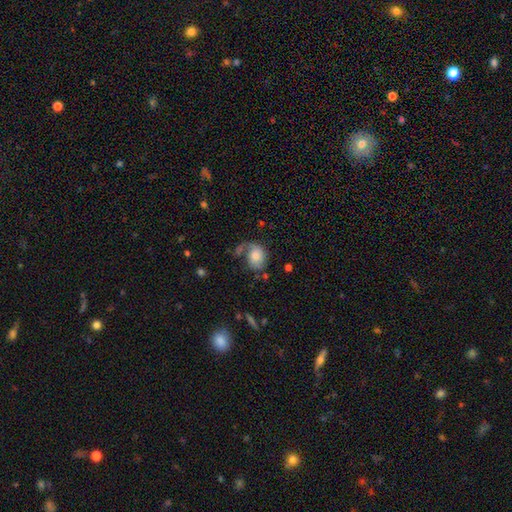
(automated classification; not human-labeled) Smooth or featured? Predicted: smooth (p=0.50). How rounded? Predicted: in between (p=0.50). Merging? Predicted: none (p=0.39).